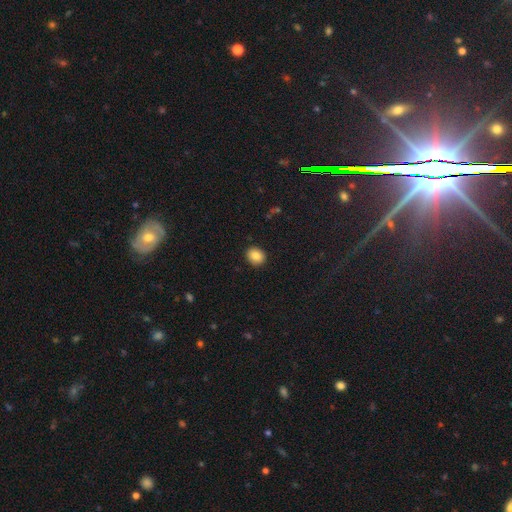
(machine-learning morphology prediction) A smooth galaxy with no disk features (85%) that is round (66%). Merging: none (91%).